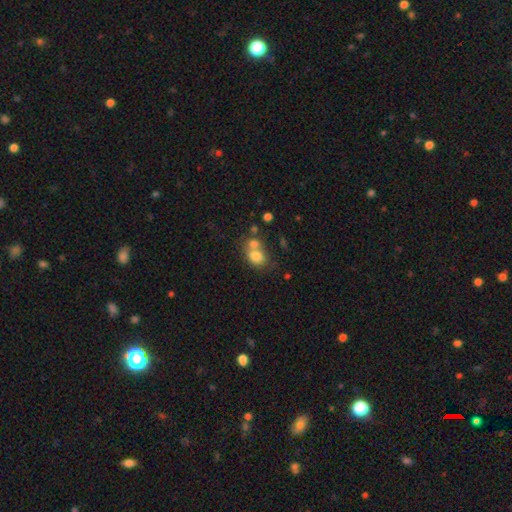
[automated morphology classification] smooth_or_featured: smooth (p=0.76) [alt: featured or disk p=0.14]
how_rounded: round (p=0.51) [alt: in between p=0.48]
merging: merger (p=0.48) [alt: none p=0.37]